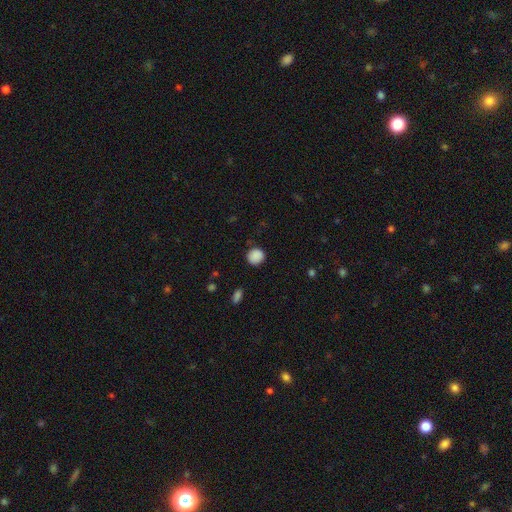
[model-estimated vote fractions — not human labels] Morphology: type=smooth (88%); roundness=round (86%); merging=none (84%).